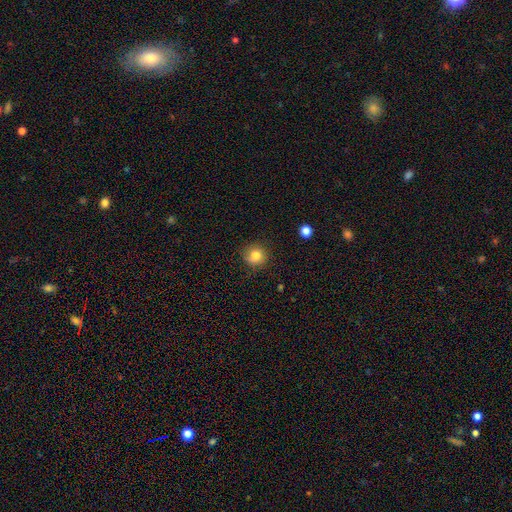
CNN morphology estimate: Overall: smooth (81%). How rounded: round (91%). Merging: none (83%).